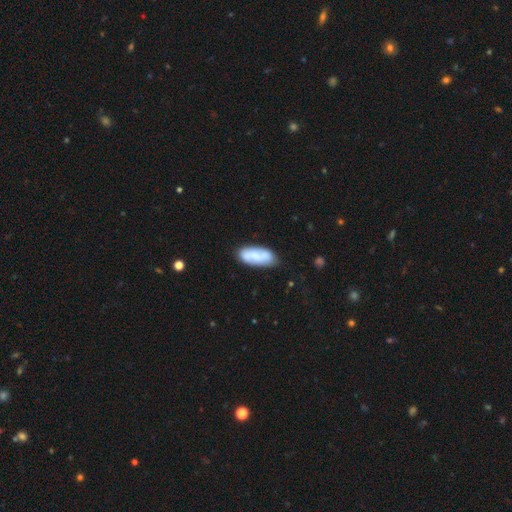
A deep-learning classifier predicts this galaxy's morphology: A smooth galaxy with no disk features (64%) that is in between round and cigar-shaped (82%). Merging: none (72%).